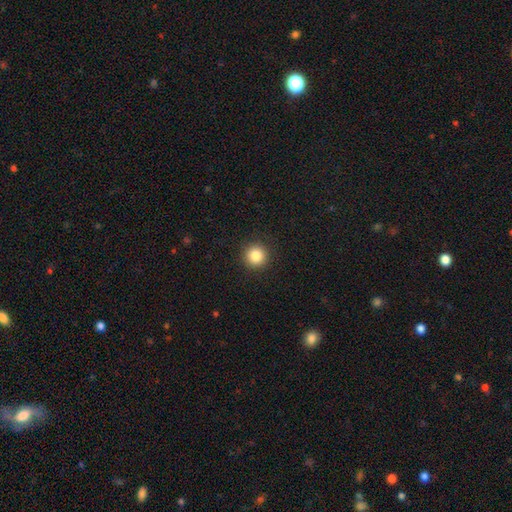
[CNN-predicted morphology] Q: Smooth or featured?
A: smooth (85%); runner-up: star or artifact (10%)
Q: How rounded?
A: round (95%); runner-up: in between (4%)
Q: Merging?
A: none (92%); runner-up: minor disturbance (5%)